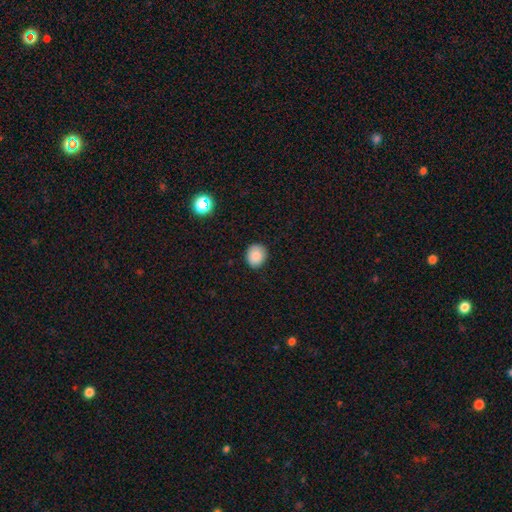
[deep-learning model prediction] smooth-or-featured: smooth: 87% | star or artifact: 9% | featured or disk: 4%
  how-rounded: round: 72% | in between: 27% | cigar-shaped: 1%
  merging: none: 88% | minor disturbance: 9% | major disturbance: 2% | merger: 1%